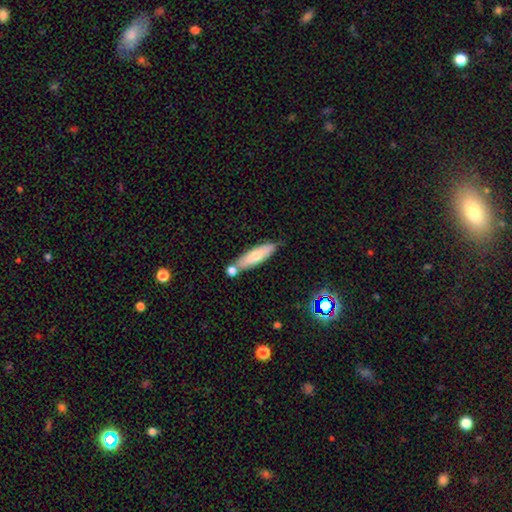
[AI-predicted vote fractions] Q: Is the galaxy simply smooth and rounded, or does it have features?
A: smooth — 69%.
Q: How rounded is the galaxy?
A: cigar-shaped — 64%.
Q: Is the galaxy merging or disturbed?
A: none — 63%.